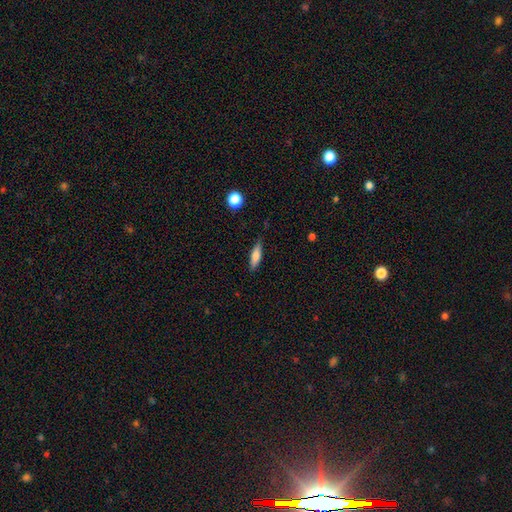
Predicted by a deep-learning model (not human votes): smooth 72%, featured or disk 21%, star or artifact 7%. Down the decision tree: how rounded — cigar-shaped (57%); merging — none (81%).